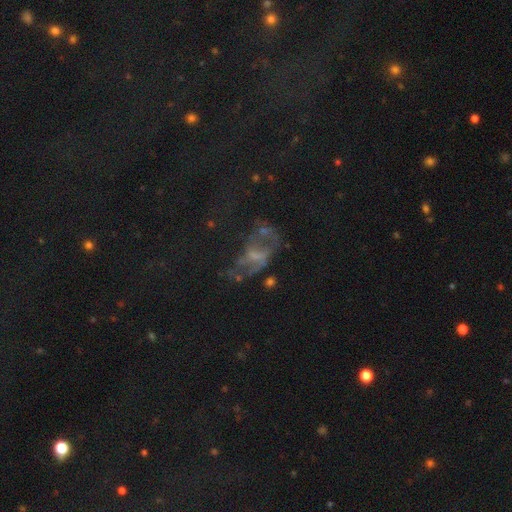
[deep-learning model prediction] Smooth or featured? Predicted: featured or disk (p=0.56). Edge-on disk? Predicted: no (p=0.95). Bar? Predicted: no (p=0.61). Spiral arms? Predicted: no (p=0.62). Bulge size? Predicted: none (p=0.42). Merging? Predicted: major disturbance (p=0.40).